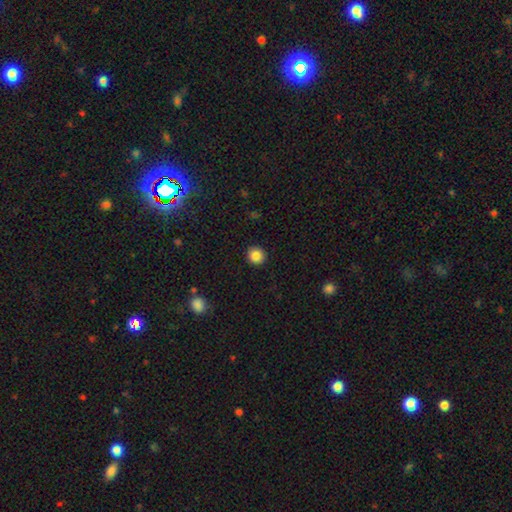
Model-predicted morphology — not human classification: Q: Smooth or featured?
A: smooth (85%); runner-up: star or artifact (10%)
Q: How rounded?
A: round (93%); runner-up: in between (6%)
Q: Merging?
A: none (92%); runner-up: minor disturbance (5%)